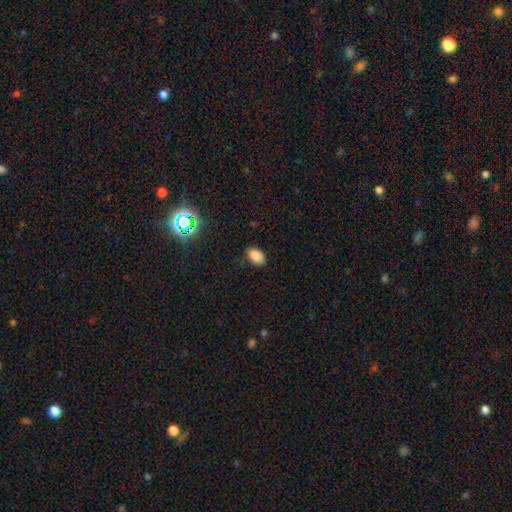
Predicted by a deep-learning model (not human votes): Smooth or featured? Predicted: smooth (p=0.84). How rounded? Predicted: in between (p=0.88). Merging? Predicted: none (p=0.84).